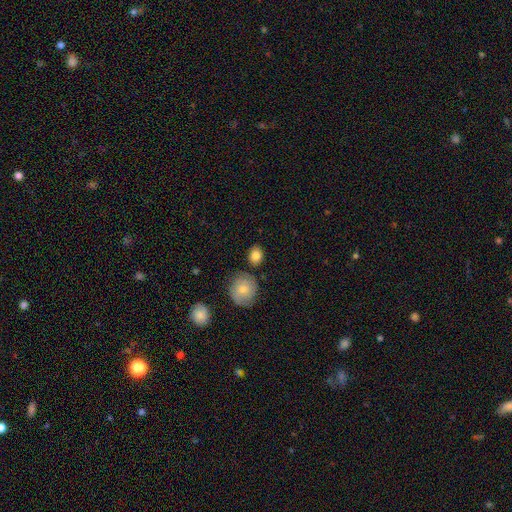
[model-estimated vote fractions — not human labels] smooth 84%, star or artifact 8%, featured or disk 8%. Down the decision tree: how rounded — round (58%); merging — none (80%).